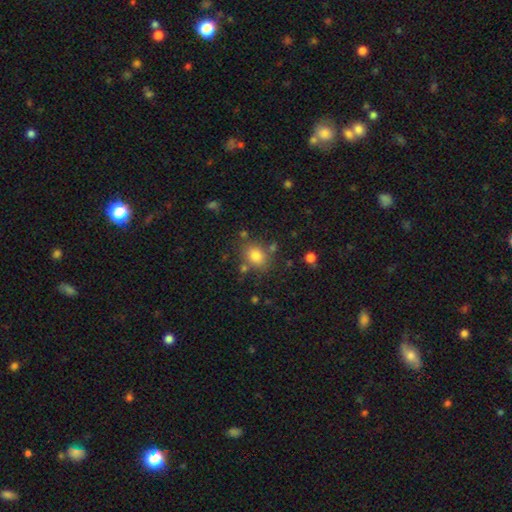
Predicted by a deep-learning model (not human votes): This appears to be a smooth galaxy with no disk features (81%) that is round (51%). Merging: none (77%).